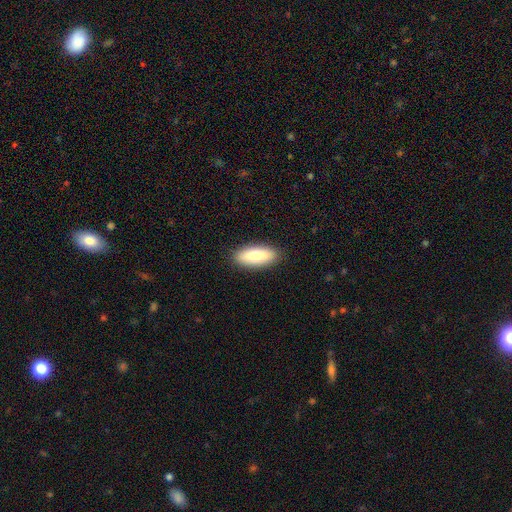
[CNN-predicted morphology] Smooth or featured?
  - smooth: 81% *
  - featured or disk: 13%
  - star or artifact: 6%
How rounded?
  - in between: 78% *
  - cigar-shaped: 20%
  - round: 2%
Merging?
  - none: 89% *
  - minor disturbance: 8%
  - major disturbance: 2%
  - merger: 1%